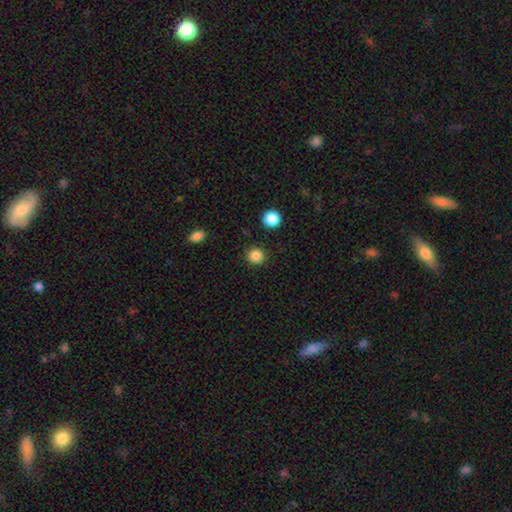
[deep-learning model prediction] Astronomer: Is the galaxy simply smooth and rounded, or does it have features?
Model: smooth — 86%.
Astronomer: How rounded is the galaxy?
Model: round — 92%.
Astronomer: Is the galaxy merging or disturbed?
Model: none — 90%.